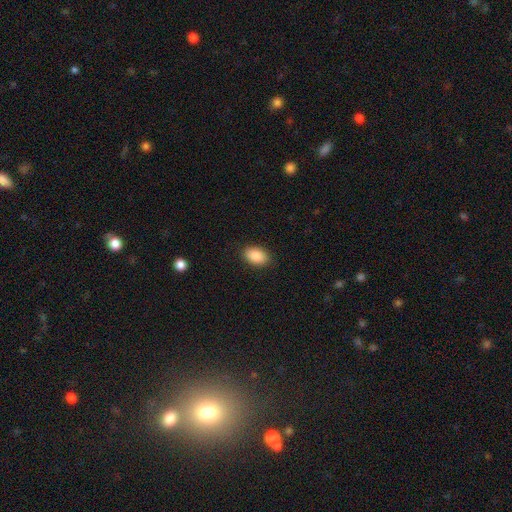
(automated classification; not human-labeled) This is clearly a smooth galaxy (88%). How rounded: clearly in between (89%). Merging: clearly none (88%).